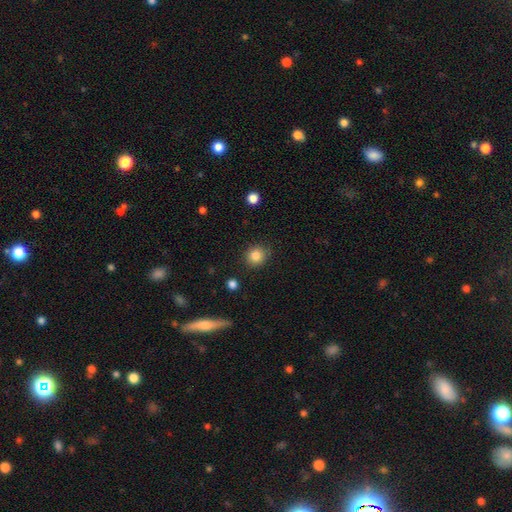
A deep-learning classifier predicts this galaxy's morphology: type=smooth (85%); roundness=round (85%); merging=none (86%).